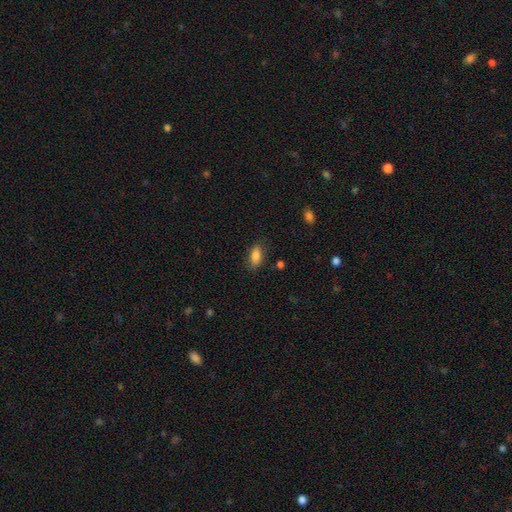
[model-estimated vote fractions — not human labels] The model was most divided on "merging": none: 81%, minor disturbance: 14%, major disturbance: 3%, merger: 2%. More confident: smooth or featured — smooth (84%); how rounded — in between (83%).